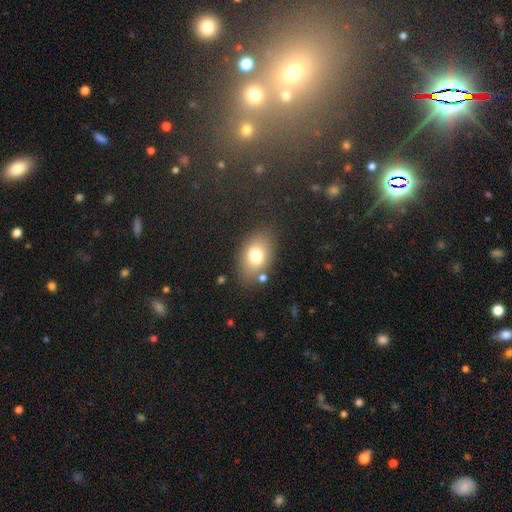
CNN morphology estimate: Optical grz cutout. It shows a smooth galaxy with no disk features (75%) that is in between round and cigar-shaped (81%). Merging: none (76%).